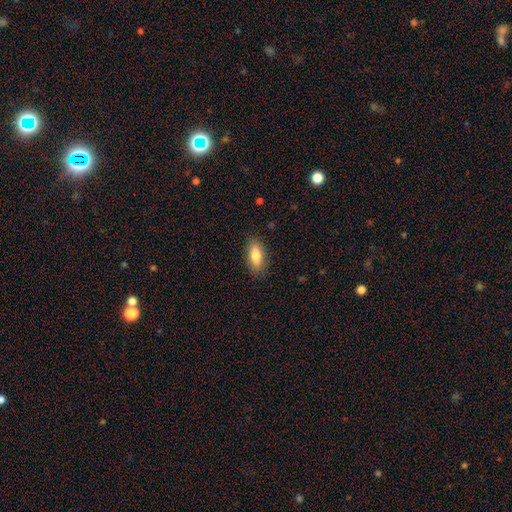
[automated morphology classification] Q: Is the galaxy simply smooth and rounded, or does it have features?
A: smooth — 78%.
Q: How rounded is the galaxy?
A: in between — 77%.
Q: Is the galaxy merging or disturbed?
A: none — 86%.